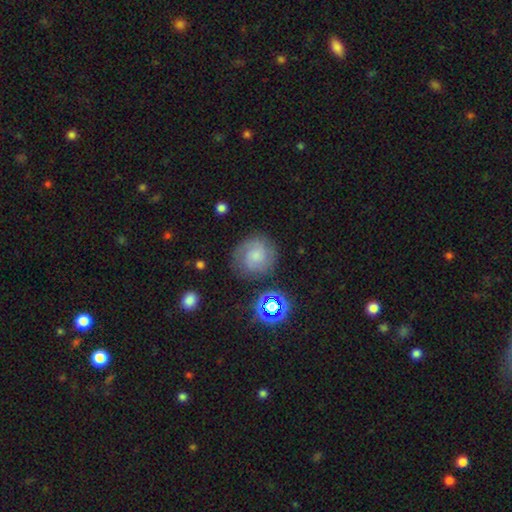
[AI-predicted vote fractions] featured or disk 47%, smooth 40%, star or artifact 13%. Down the decision tree: merging — none (76%).